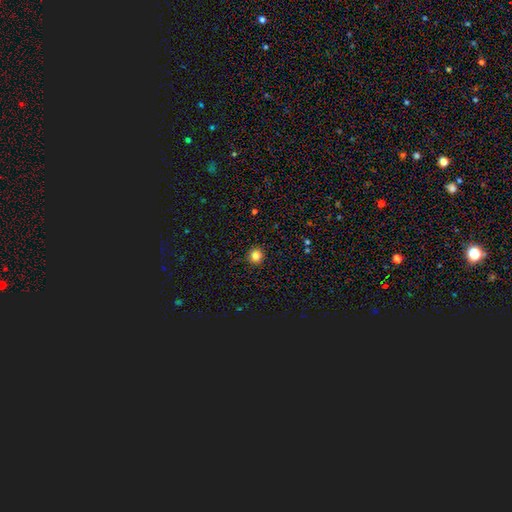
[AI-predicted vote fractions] Q: Smooth or featured?
A: smooth (82%); runner-up: star or artifact (13%)
Q: How rounded?
A: round (95%); runner-up: in between (4%)
Q: Merging?
A: none (92%); runner-up: minor disturbance (5%)